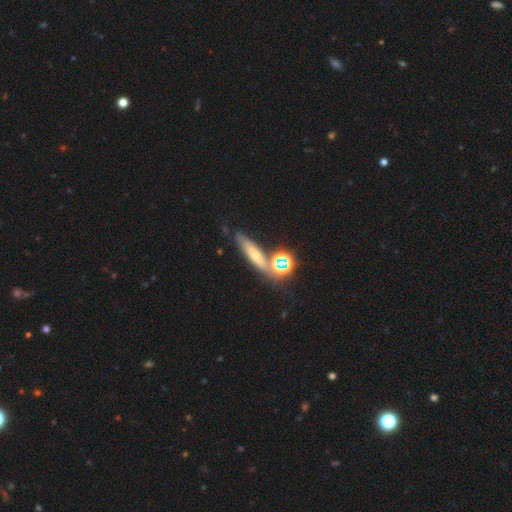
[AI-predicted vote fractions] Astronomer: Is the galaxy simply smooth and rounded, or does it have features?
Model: smooth — 49% (runner-up: featured or disk, 26%).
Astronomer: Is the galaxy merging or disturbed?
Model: none — 68%.